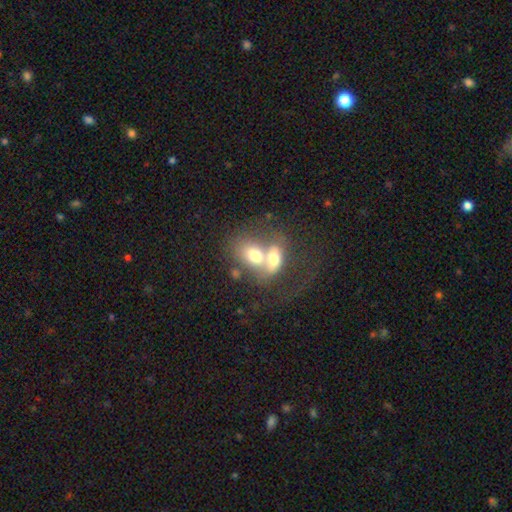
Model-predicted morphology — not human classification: smooth-or-featured: smooth: 61% | featured or disk: 31% | star or artifact: 9%
  how-rounded: in between: 71% | round: 27% | cigar-shaped: 2%
  merging: merger: 75% | none: 13% | major disturbance: 6% | minor disturbance: 5%